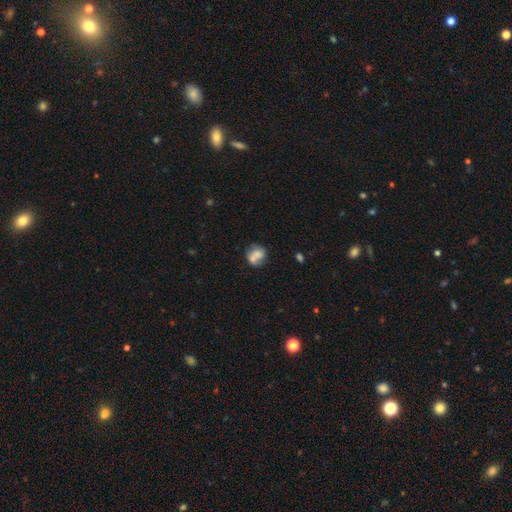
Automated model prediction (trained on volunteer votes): smooth_or_featured: smooth (p=0.62) [alt: featured or disk p=0.29]
how_rounded: round (p=0.67) [alt: in between p=0.31]
merging: merger (p=0.39) [alt: none p=0.37]